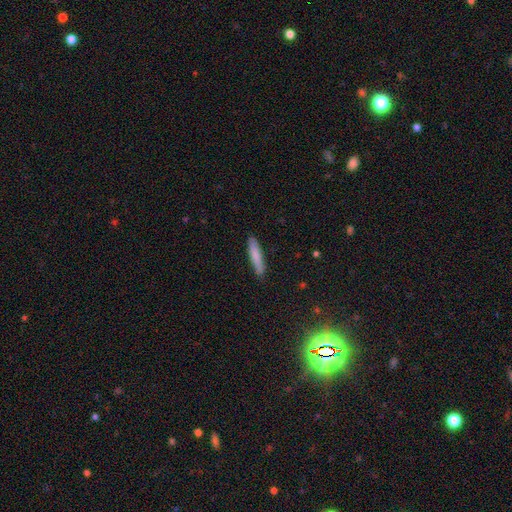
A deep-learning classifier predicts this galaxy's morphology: Smooth or featured? smooth (81%)
How rounded? cigar-shaped (89%)
Merging? none (87%)